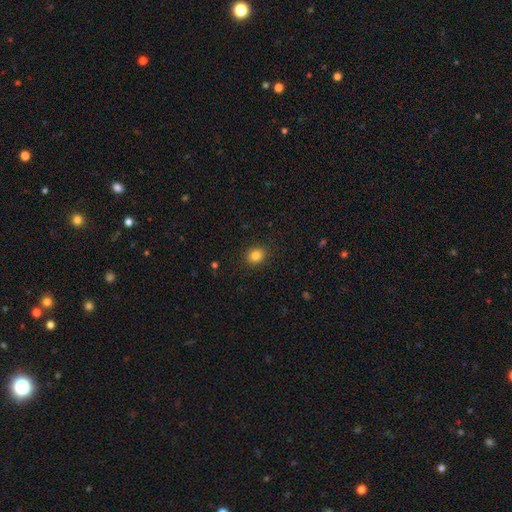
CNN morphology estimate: Smooth or featured?
  - smooth: 84% *
  - star or artifact: 11%
  - featured or disk: 5%
How rounded?
  - round: 65% *
  - in between: 34%
  - cigar-shaped: 1%
Merging?
  - none: 90% *
  - minor disturbance: 7%
  - major disturbance: 2%
  - merger: 1%